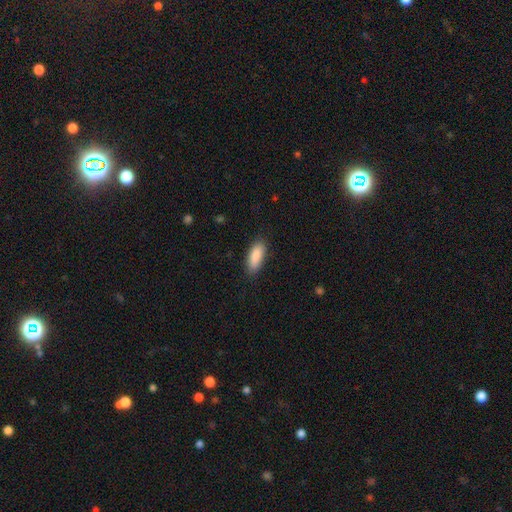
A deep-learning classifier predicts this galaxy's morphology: type=smooth (89%); roundness=in between (77%); merging=none (84%).